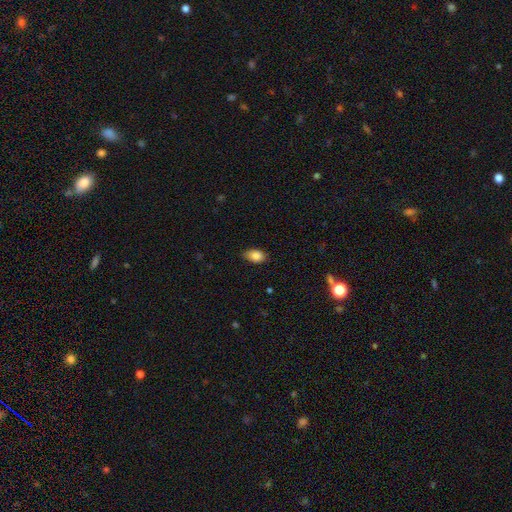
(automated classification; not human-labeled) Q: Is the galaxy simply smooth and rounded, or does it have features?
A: smooth — 85%.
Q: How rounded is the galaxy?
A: in between — 87%.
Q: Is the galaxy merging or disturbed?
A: none — 76%.